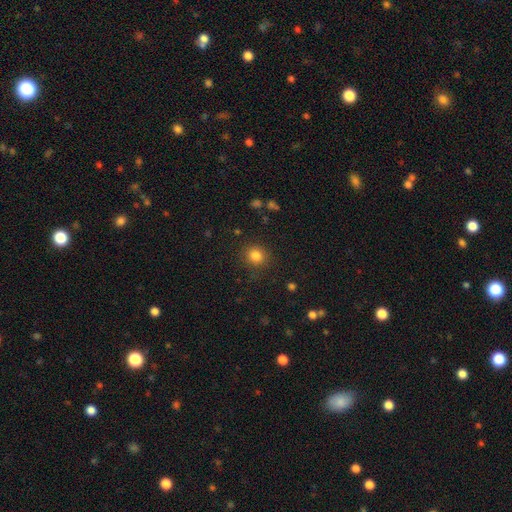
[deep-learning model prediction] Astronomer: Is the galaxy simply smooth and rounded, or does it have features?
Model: smooth — 83%.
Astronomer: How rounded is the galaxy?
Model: round — 87%.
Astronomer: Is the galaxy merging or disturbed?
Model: none — 87%.